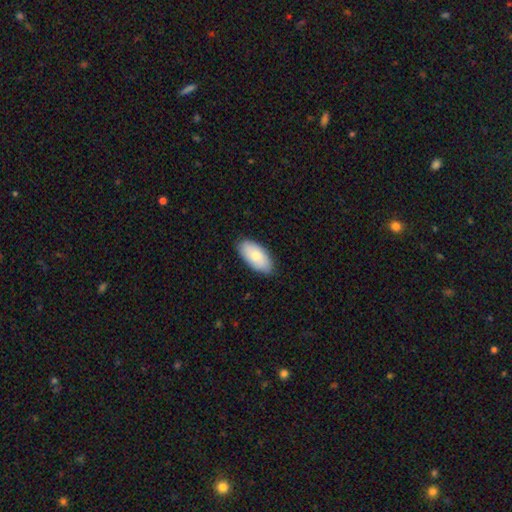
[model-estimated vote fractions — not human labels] This is likely a smooth galaxy (75%). How rounded: clearly in between (94%). Merging: clearly none (85%).